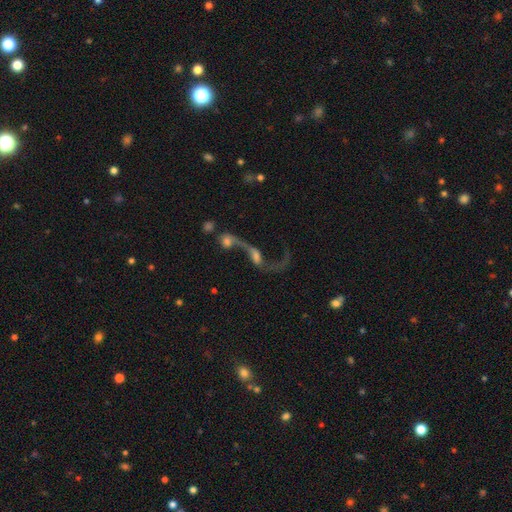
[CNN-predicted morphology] Smooth or featured? Predicted: featured or disk (p=0.73). Edge-on disk? Predicted: no (p=0.92). Bar? Predicted: no (p=0.49). Spiral arms? Predicted: yes (p=0.78). Spiral winding? Predicted: loose (p=0.93). Spiral arm count? Predicted: 2 (p=0.77). Bulge size? Predicted: moderate (p=0.34). Merging? Predicted: merger (p=0.53).